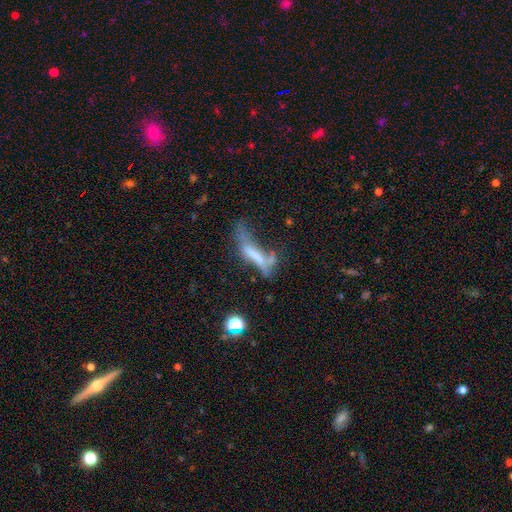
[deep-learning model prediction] smooth 45%, featured or disk 41%, star or artifact 14%. Down the decision tree: merging — major disturbance (38%).